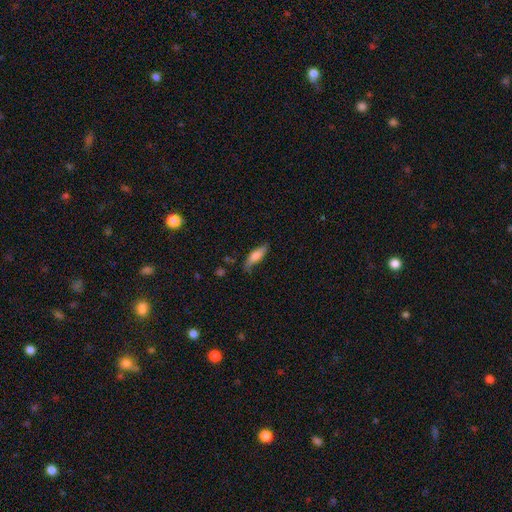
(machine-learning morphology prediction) Smooth or featured?
  - smooth: 71% *
  - featured or disk: 22%
  - star or artifact: 7%
How rounded?
  - cigar-shaped: 49% *
  - in between: 48%
  - round: 2%
Merging?
  - none: 66% *
  - minor disturbance: 26%
  - major disturbance: 6%
  - merger: 2%